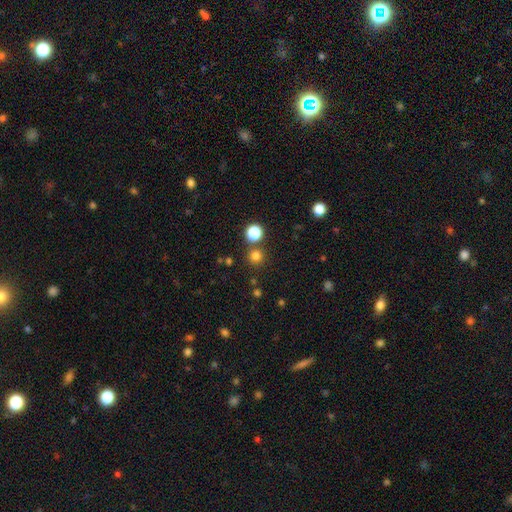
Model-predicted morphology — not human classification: type=smooth (77%); roundness=round (94%); merging=none (81%).